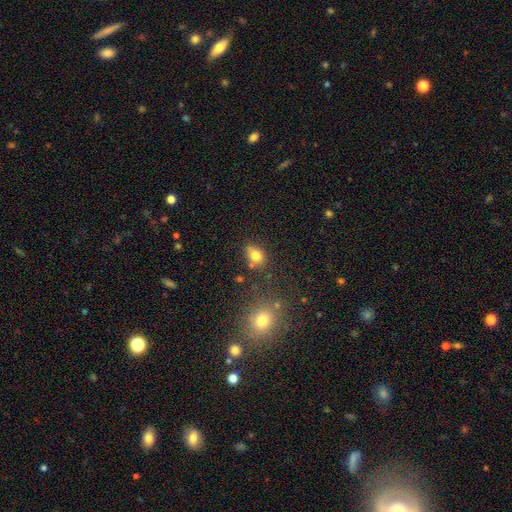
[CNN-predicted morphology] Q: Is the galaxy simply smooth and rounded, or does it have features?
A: smooth — 76%.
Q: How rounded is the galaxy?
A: in between — 63%.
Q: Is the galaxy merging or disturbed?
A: none — 66%.